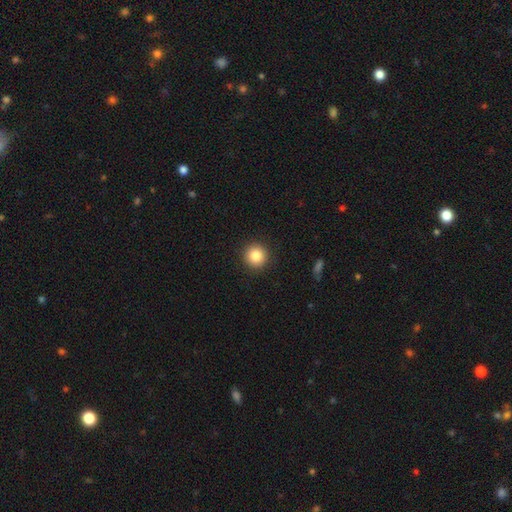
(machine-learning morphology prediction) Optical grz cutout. It shows a smooth galaxy with no disk features (84%) that is round (95%). Merging: none (92%).